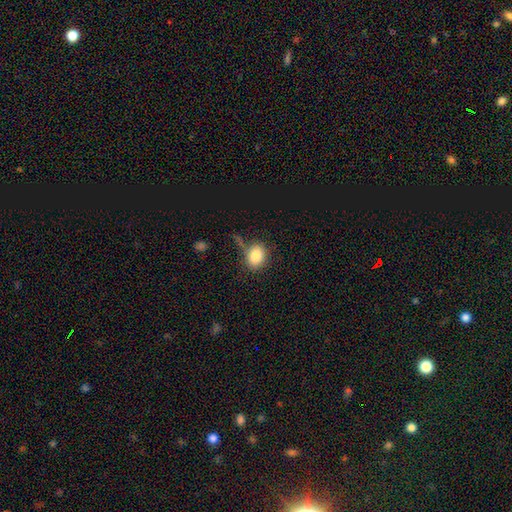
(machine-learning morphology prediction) Smooth or featured?
  - smooth: 83% *
  - star or artifact: 10%
  - featured or disk: 7%
How rounded?
  - in between: 56% *
  - round: 43%
  - cigar-shaped: 1%
Merging?
  - none: 65% *
  - minor disturbance: 19%
  - major disturbance: 8%
  - merger: 8%